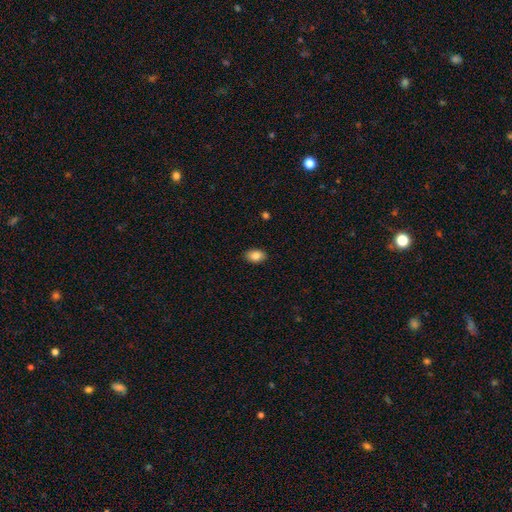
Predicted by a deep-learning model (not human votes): smooth-or-featured: smooth: 86% | star or artifact: 8% | featured or disk: 6%
  how-rounded: in between: 87% | round: 12% | cigar-shaped: 1%
  merging: none: 89% | minor disturbance: 8% | major disturbance: 2% | merger: 1%